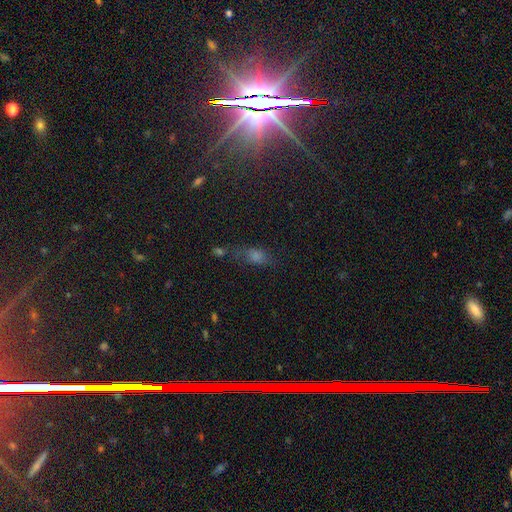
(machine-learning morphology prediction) smooth 41%, star or artifact 40%, featured or disk 19%. Down the decision tree: merging — none (55%).